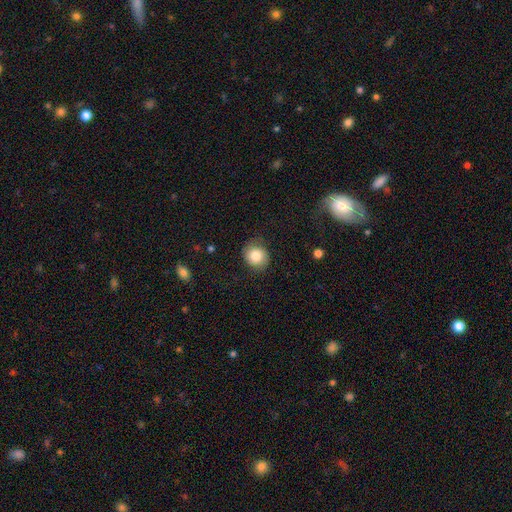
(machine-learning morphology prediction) Q: Smooth or featured?
A: smooth (74%); runner-up: featured or disk (18%)
Q: How rounded?
A: round (75%); runner-up: in between (24%)
Q: Merging?
A: none (70%); runner-up: minor disturbance (21%)